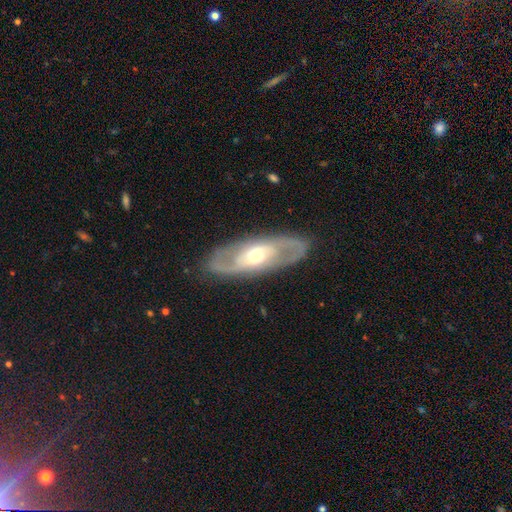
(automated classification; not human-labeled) This is likely a featured or disk galaxy (78%). It is clearly not viewed edge-on (88%). Bar: possibly no (48%). Spiral arm pattern: likely yes (79%). Spiral arm count: clearly 2 (85%). Spiral winding: possibly medium (46%). Central bulge: likely moderate (64%). Merging: clearly none (85%).